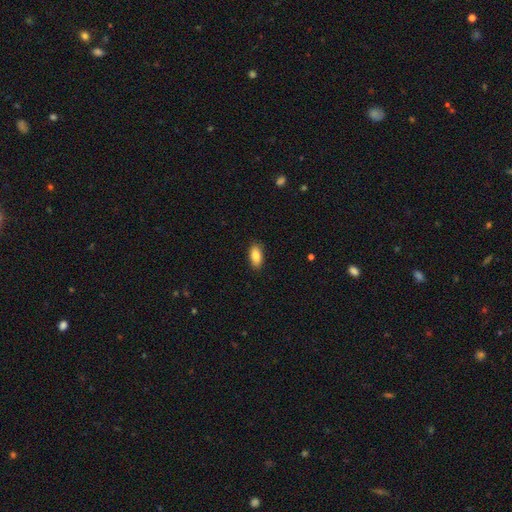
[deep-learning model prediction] Q: Smooth or featured?
A: smooth (86%); runner-up: featured or disk (7%)
Q: How rounded?
A: in between (90%); runner-up: cigar-shaped (8%)
Q: Merging?
A: none (88%); runner-up: minor disturbance (9%)